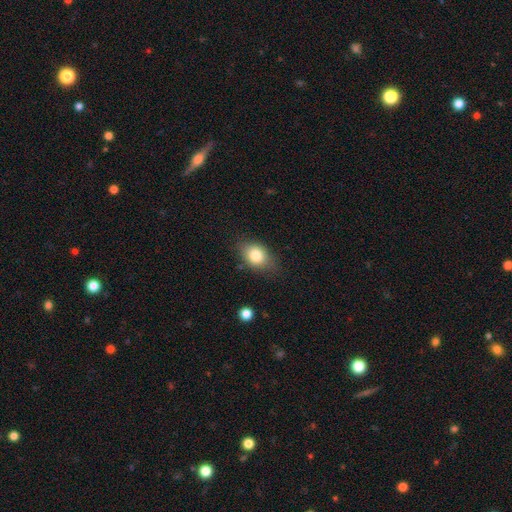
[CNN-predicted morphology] smooth-or-featured: smooth: 81% | featured or disk: 11% | star or artifact: 9%
  how-rounded: in between: 74% | round: 24% | cigar-shaped: 2%
  merging: none: 74% | minor disturbance: 19% | major disturbance: 5% | merger: 2%